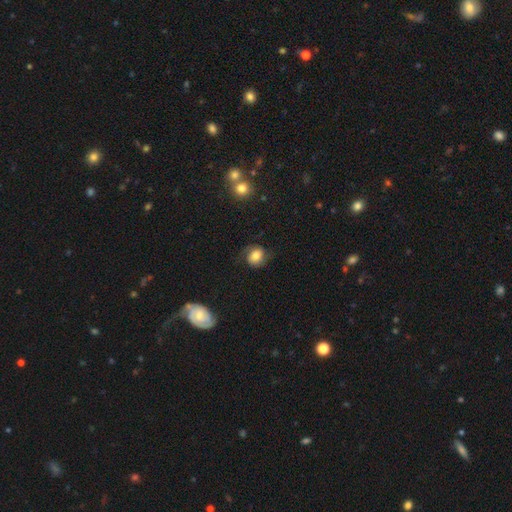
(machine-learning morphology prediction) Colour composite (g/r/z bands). It shows a smooth galaxy with no disk features (55%) that is round (66%). Merging: none (67%).